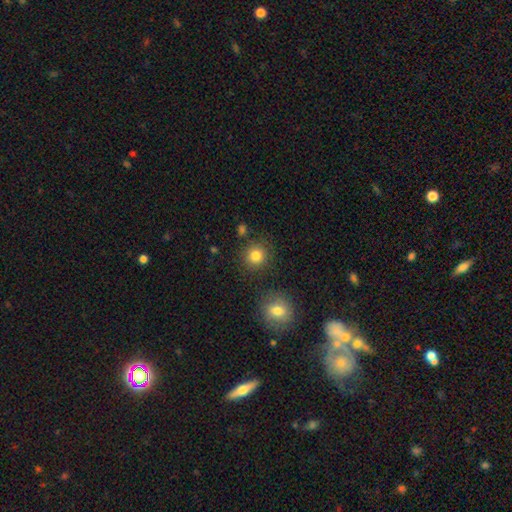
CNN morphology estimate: The model was most divided on "smooth or featured": smooth: 84%, star or artifact: 11%, featured or disk: 5%. More confident: how rounded — round (91%); merging — none (85%).